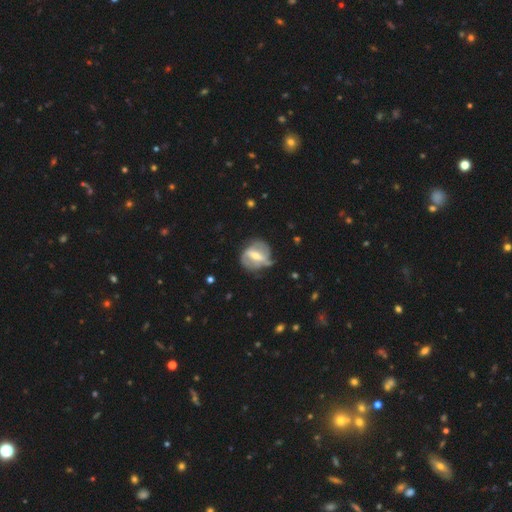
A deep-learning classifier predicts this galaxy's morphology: This appears to be a featured or disk galaxy (73%) with a strong bar (54%), 2 (62%) medium (40%) spiral arms (76%) and a moderate central bulge (52%). Merging: none (60%).